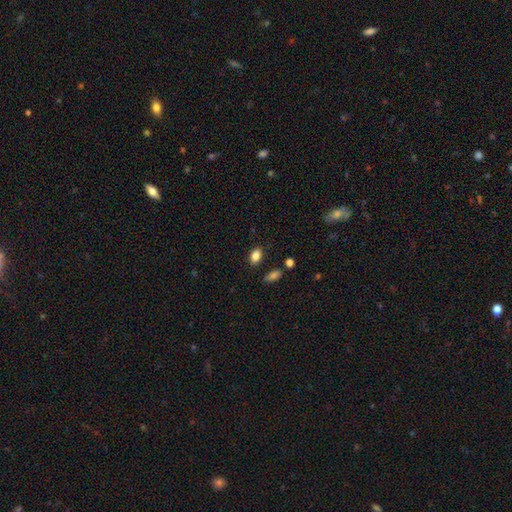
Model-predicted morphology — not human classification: A smooth galaxy with no disk features (85%) that is in between round and cigar-shaped (86%). Merging: none (84%).